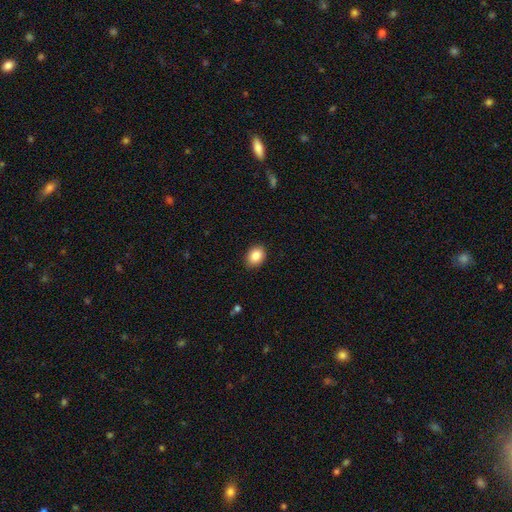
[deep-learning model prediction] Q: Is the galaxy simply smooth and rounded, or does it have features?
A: smooth — 86%.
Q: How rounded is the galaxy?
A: in between — 61%.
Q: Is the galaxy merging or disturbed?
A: none — 88%.